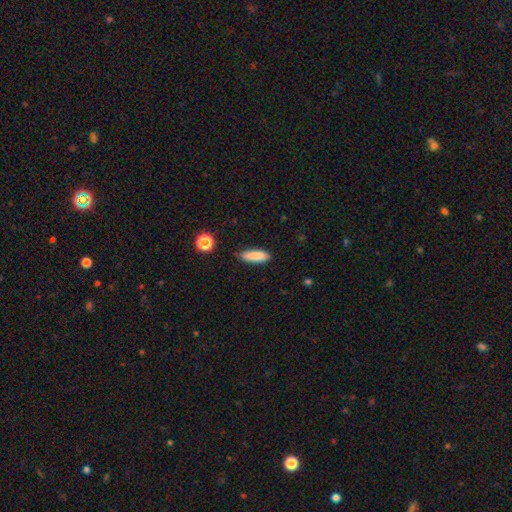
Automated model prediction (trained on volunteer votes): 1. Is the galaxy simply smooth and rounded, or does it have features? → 86% smooth, 7% star or artifact, 6% featured or disk.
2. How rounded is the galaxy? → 50% cigar-shaped, 48% in between, 2% round.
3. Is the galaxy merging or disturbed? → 83% none, 13% minor disturbance, 3% major disturbance, 2% merger.